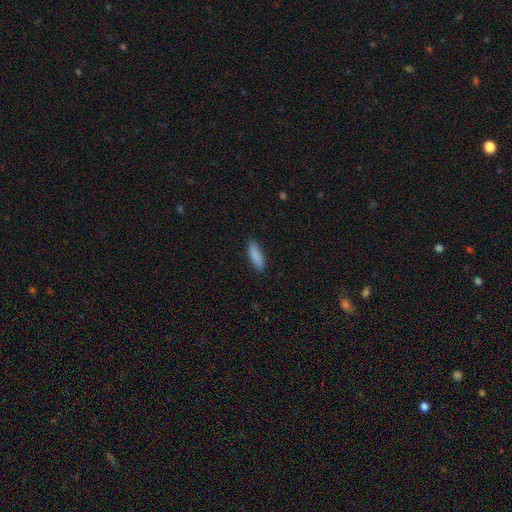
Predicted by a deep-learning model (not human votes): smooth_or_featured: smooth (p=0.89) [alt: star or artifact p=0.06]
how_rounded: in between (p=0.57) [alt: cigar-shaped p=0.41]
merging: none (p=0.88) [alt: minor disturbance p=0.09]